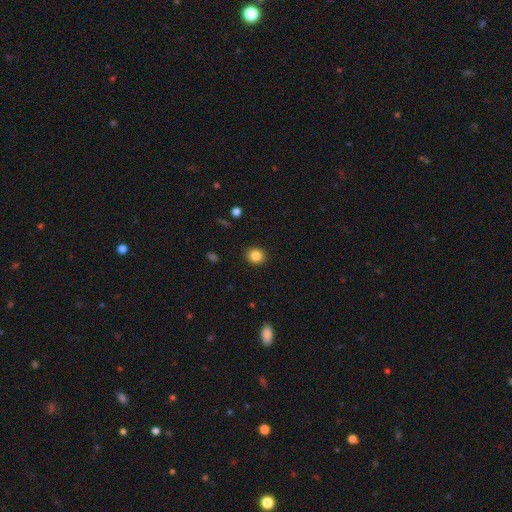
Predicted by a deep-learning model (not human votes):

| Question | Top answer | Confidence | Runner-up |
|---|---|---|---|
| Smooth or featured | smooth | 84% | star or artifact (10%) |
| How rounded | round | 81% | in between (18%) |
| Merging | none | 91% | minor disturbance (6%) |